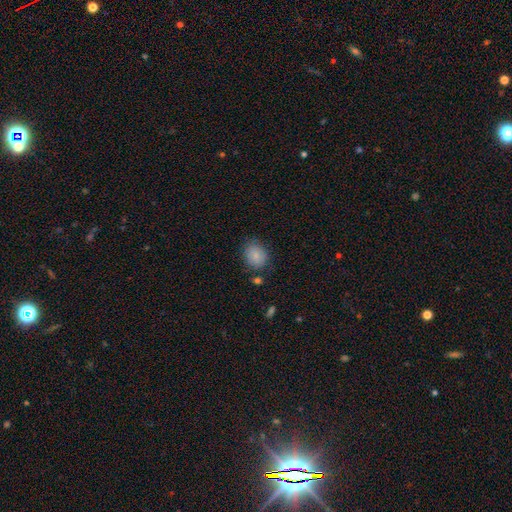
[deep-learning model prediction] Morphology: type=smooth (85%); roundness=round (57%); merging=none (77%).